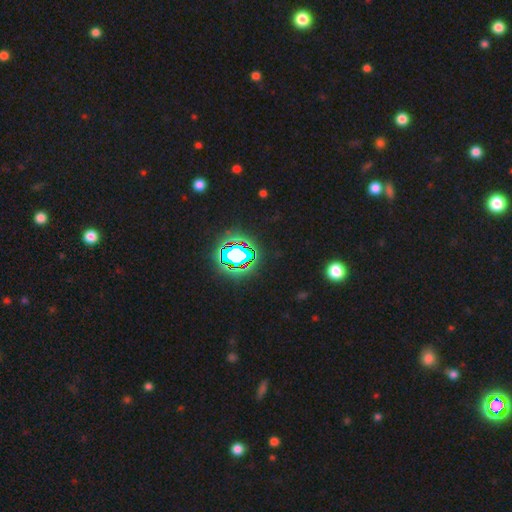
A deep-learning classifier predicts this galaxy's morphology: The model was most divided on "smooth or featured": star or artifact: 81%, smooth: 12%, featured or disk: 7%.